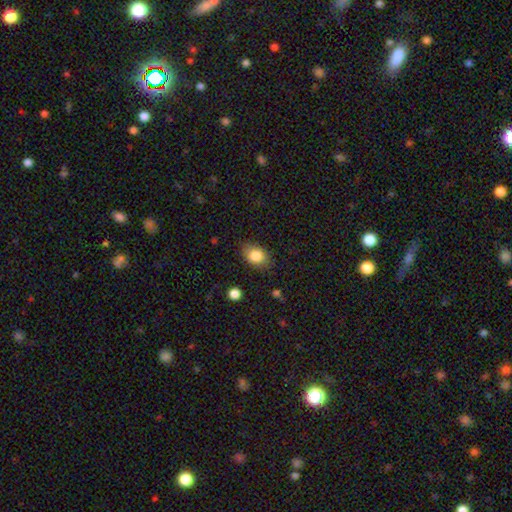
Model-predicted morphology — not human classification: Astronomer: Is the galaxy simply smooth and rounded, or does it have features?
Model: smooth — 84%.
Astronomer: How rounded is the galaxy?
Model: in between — 68%.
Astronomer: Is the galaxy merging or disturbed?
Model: none — 80%.